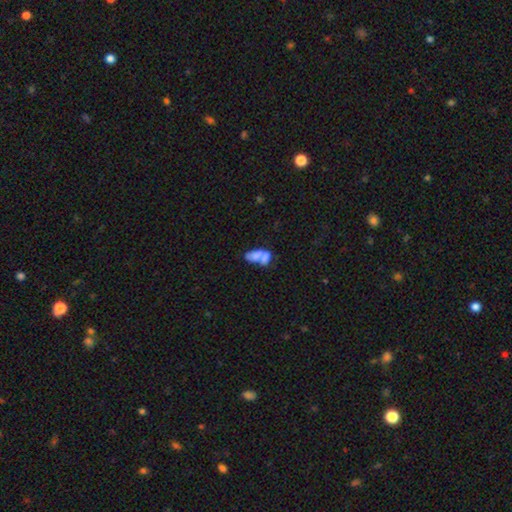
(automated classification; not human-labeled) A smooth galaxy with no disk features (59%) that is in between round and cigar-shaped (87%). Merging: merger (60%).